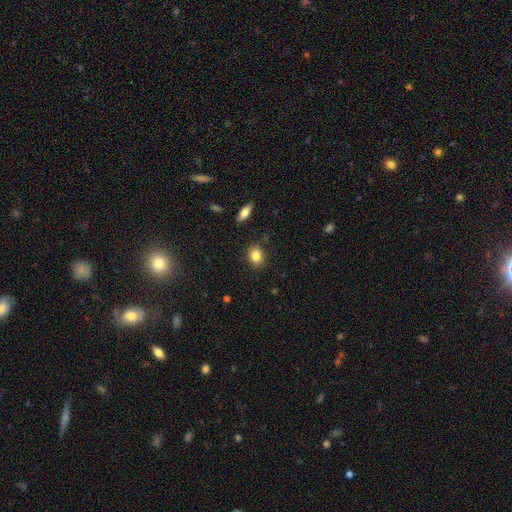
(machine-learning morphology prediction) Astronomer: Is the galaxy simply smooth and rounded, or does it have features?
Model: smooth — 84%.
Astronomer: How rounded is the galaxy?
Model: round — 56% (runner-up: in between, 42%).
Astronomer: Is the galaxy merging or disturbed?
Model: none — 87%.